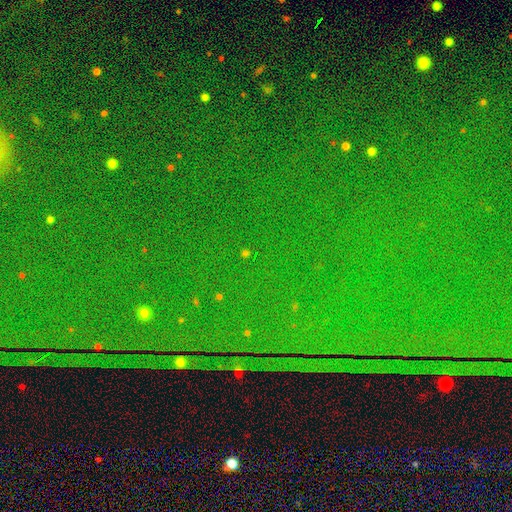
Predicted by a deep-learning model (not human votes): This appears to be a star or artifact, not a galaxy (83%).